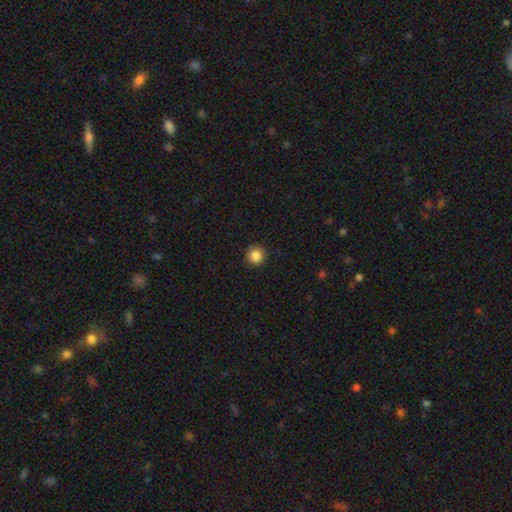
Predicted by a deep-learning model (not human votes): Smooth or featured? Predicted: smooth (p=0.86). How rounded? Predicted: round (p=0.95). Merging? Predicted: none (p=0.92).